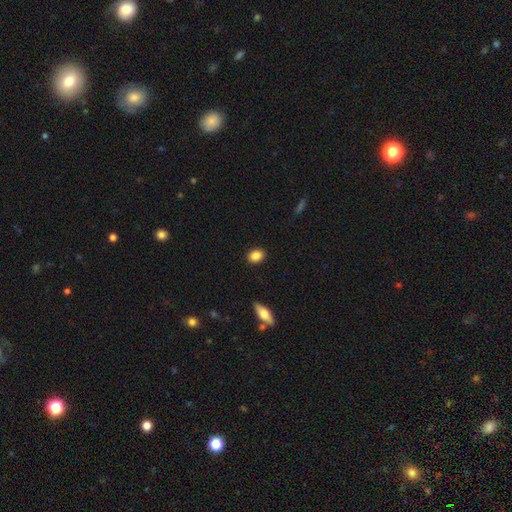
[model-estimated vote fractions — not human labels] This appears to be a smooth galaxy with no disk features (87%) that is in between round and cigar-shaped (60%). Merging: none (90%).